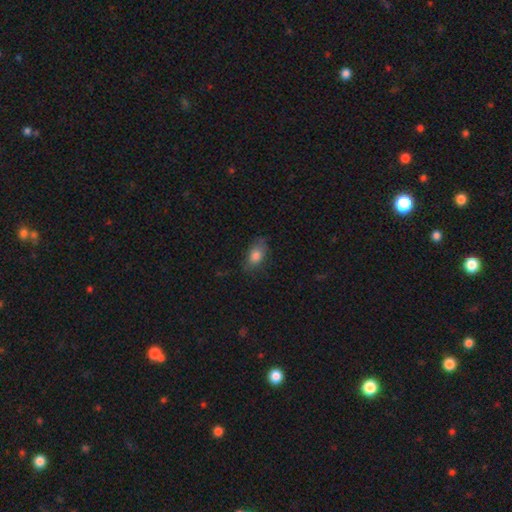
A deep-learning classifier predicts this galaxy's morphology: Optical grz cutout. It shows a smooth galaxy with no disk features (81%) that is in between round and cigar-shaped (87%). Merging: none (66%).